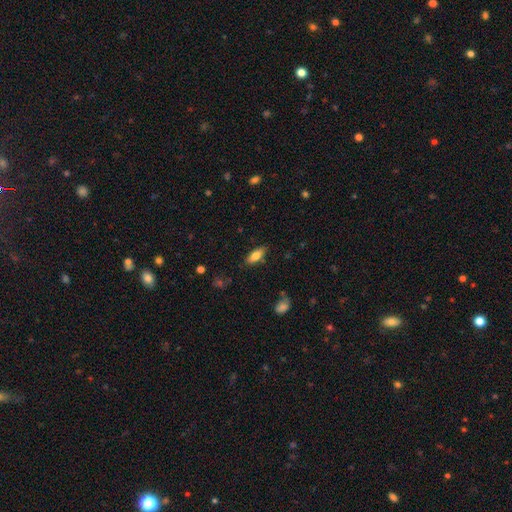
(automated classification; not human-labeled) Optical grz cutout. It shows a smooth galaxy with no disk features (77%) that is in between round and cigar-shaped (77%). Merging: none (82%).